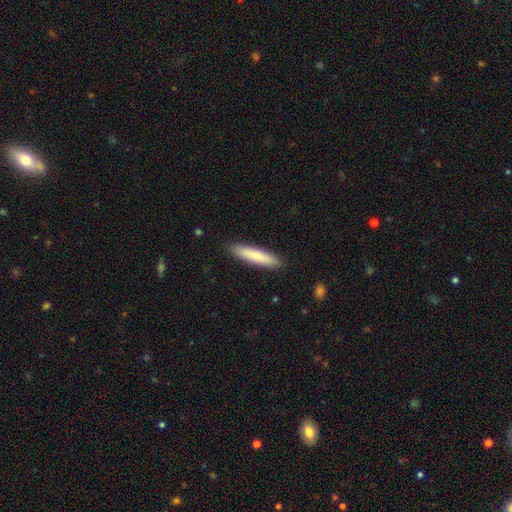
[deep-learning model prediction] Morphology: type=smooth (81%); roundness=cigar-shaped (86%); merging=none (90%).